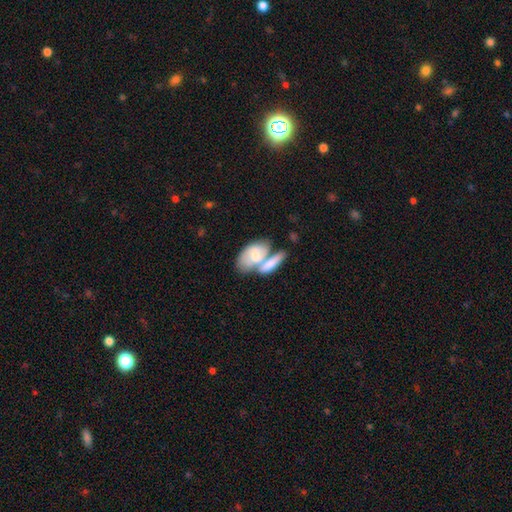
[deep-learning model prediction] This appears to be a smooth galaxy with no disk features (48%). Merging: merger (63%).